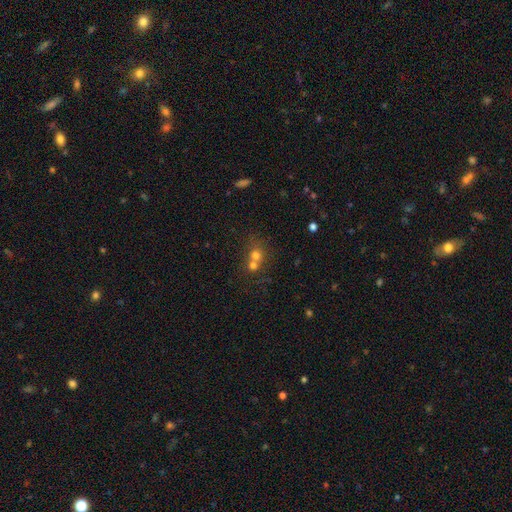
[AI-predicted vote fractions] This is likely a smooth galaxy (67%). How rounded: clearly round (82%). Merging: possibly merger (59%).